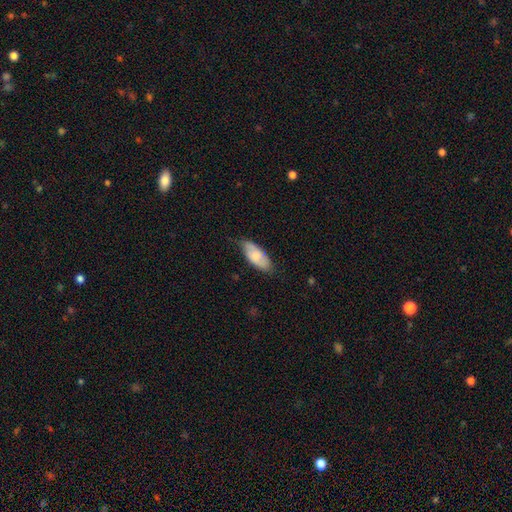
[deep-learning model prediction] smooth 71%, featured or disk 24%, star or artifact 5%. Down the decision tree: how rounded — in between (86%); merging — none (70%).